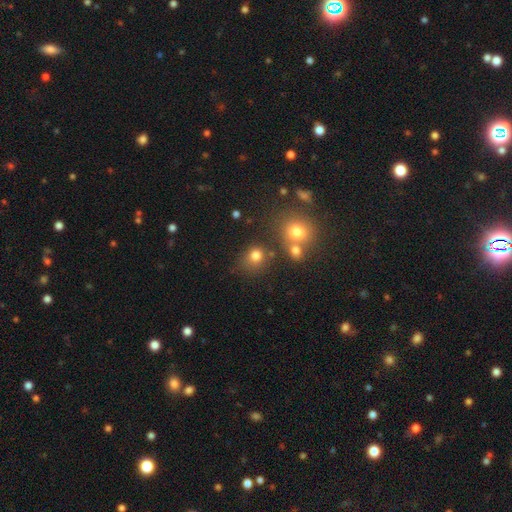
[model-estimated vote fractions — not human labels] Smooth or featured? smooth (76%)
How rounded? round (77%)
Merging? none (65%)